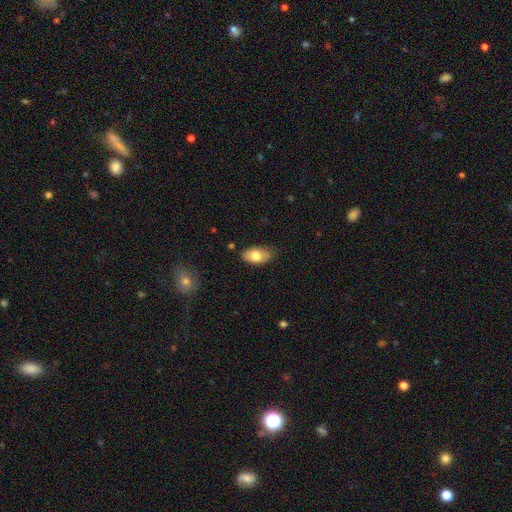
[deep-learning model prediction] smooth-or-featured: smooth: 75% | featured or disk: 18% | star or artifact: 7%
  how-rounded: in between: 93% | round: 5% | cigar-shaped: 2%
  merging: none: 78% | minor disturbance: 17% | major disturbance: 3% | merger: 1%